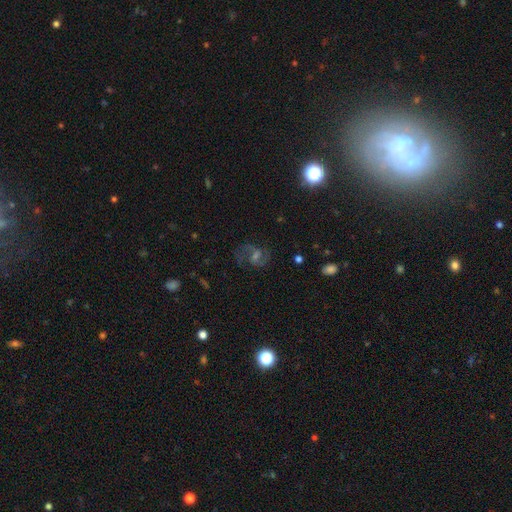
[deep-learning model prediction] This appears to be a featured or disk galaxy (73%) with a weak bar (53%), 2 (88%) medium (56%) spiral arms (94%) and a moderate central bulge (40%). Merging: none (77%).